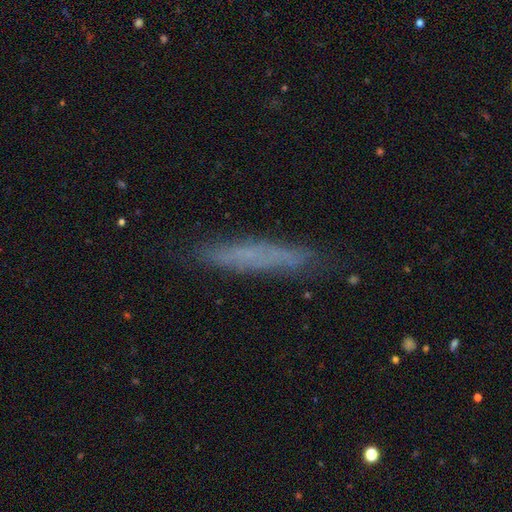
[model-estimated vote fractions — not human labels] Smooth or featured: smooth — 58% (featured or disk — 32%)
How rounded: cigar-shaped — 92% (in between — 6%)
Merging: none — 84% (minor disturbance — 12%)